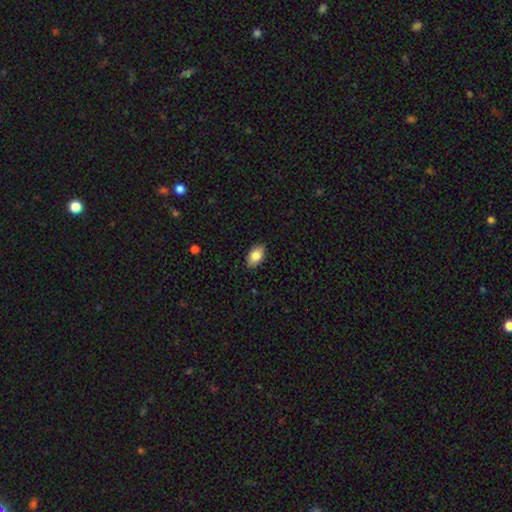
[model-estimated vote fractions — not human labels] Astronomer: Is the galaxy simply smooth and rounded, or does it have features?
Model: smooth — 84%.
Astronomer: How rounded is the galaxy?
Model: in between — 93%.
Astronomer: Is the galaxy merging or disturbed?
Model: none — 88%.